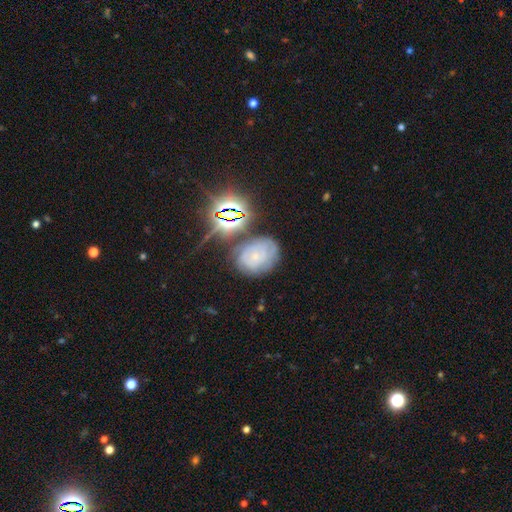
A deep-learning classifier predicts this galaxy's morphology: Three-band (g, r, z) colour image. It shows a featured or disk galaxy (55%) with no bar (79%), spiral arms (79%) and a small central bulge (77%). Merging: none (64%).